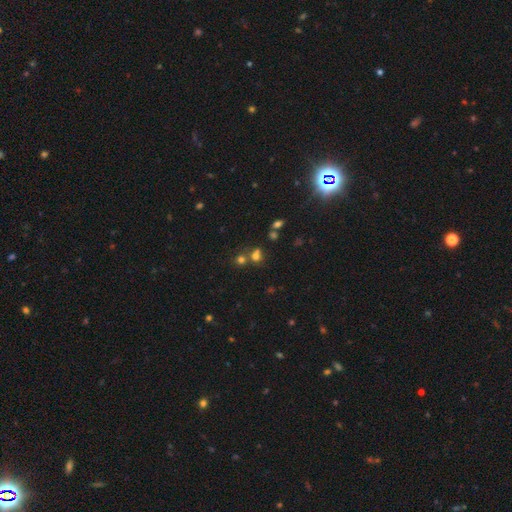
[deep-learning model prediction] Morphology: type=smooth (63%); roundness=round (72%); merging=none (49%).